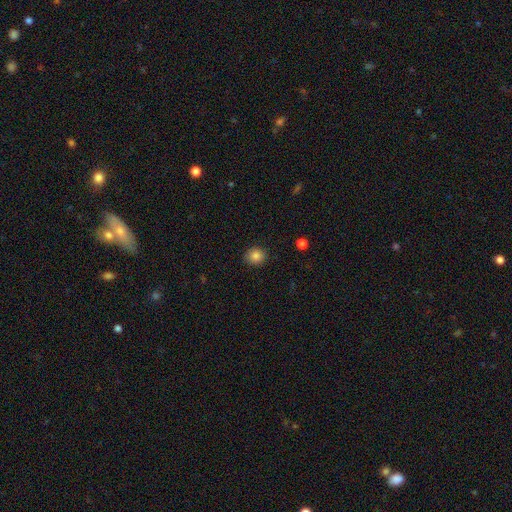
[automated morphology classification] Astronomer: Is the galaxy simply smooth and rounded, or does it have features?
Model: smooth — 84%.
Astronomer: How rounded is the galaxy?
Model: round — 86%.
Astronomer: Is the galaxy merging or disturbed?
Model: none — 89%.